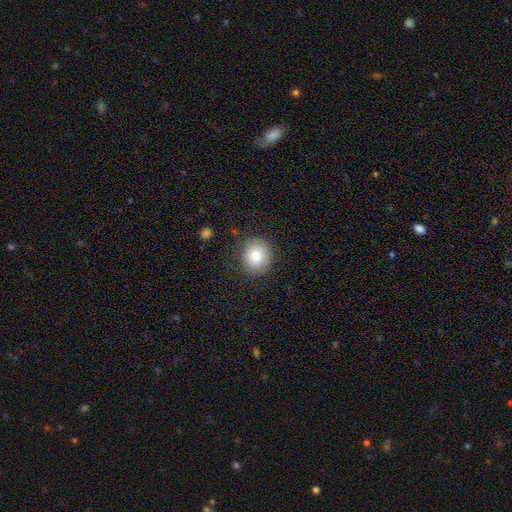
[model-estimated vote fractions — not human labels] smooth 76%, featured or disk 13%, star or artifact 10%. Down the decision tree: how rounded — round (87%); merging — none (84%).